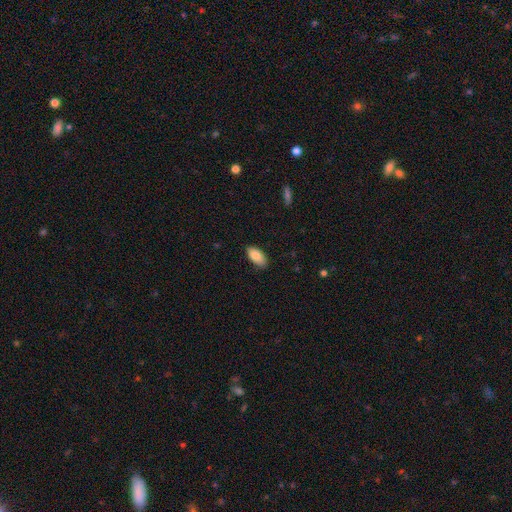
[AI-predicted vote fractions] Smooth or featured?
  - smooth: 86% *
  - featured or disk: 7%
  - star or artifact: 7%
How rounded?
  - in between: 93% *
  - cigar-shaped: 5%
  - round: 2%
Merging?
  - none: 85% *
  - minor disturbance: 12%
  - major disturbance: 2%
  - merger: 1%